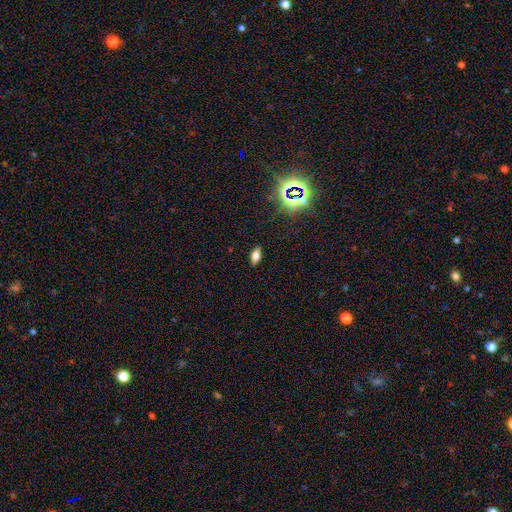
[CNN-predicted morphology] This appears to be a smooth galaxy with no disk features (68%) that is in between round and cigar-shaped (85%). Merging: none (88%).